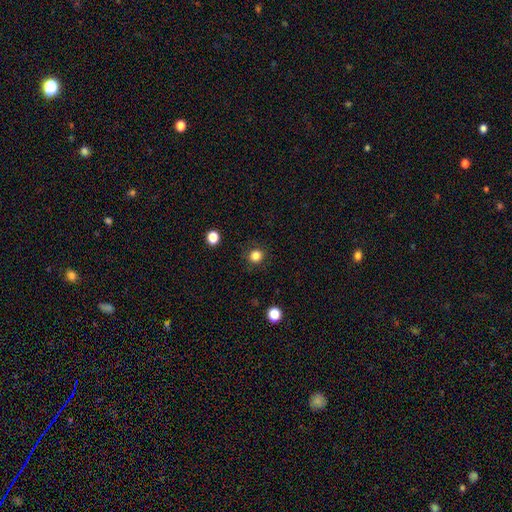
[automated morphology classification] Smooth or featured: smooth — 84% (star or artifact — 12%)
How rounded: round — 91% (in between — 8%)
Merging: none — 90% (minor disturbance — 6%)